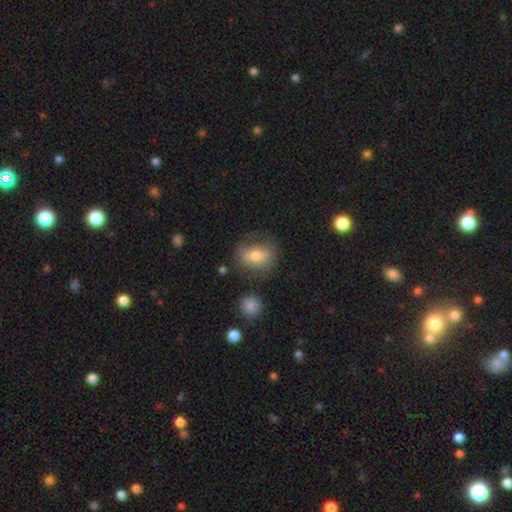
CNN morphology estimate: Q: Smooth or featured?
A: smooth (63%); runner-up: featured or disk (28%)
Q: How rounded?
A: in between (56%); runner-up: round (43%)
Q: Merging?
A: none (67%); runner-up: minor disturbance (20%)